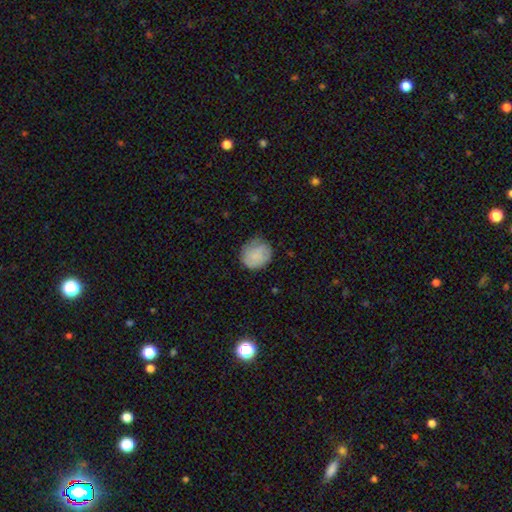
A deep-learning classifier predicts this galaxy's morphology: smooth 81%, featured or disk 12%, star or artifact 7%. Down the decision tree: how rounded — round (78%); merging — none (66%).